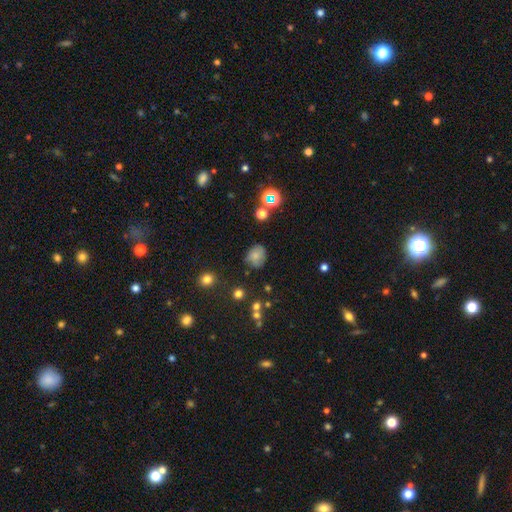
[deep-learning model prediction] smooth 74%, star or artifact 14%, featured or disk 12%. Down the decision tree: how rounded — round (59%); merging — none (70%).